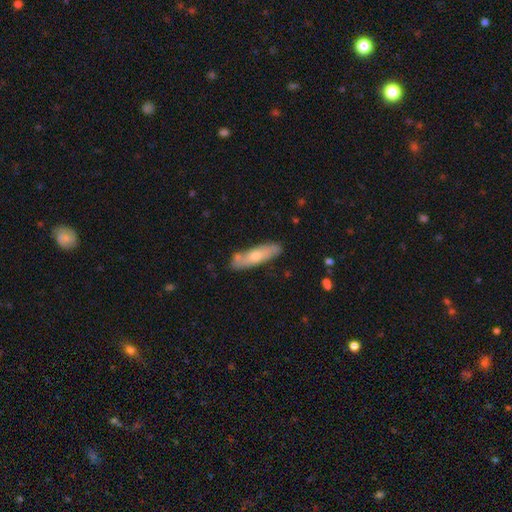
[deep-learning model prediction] Smooth or featured? Predicted: smooth (p=0.54). How rounded? Predicted: cigar-shaped (p=0.71). Merging? Predicted: none (p=0.77).